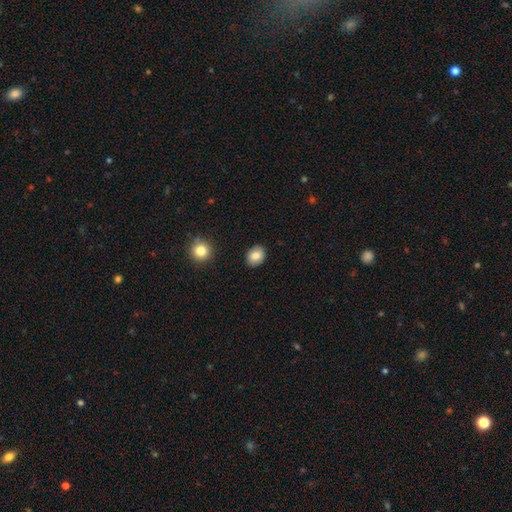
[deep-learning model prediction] smooth 82%, featured or disk 9%, star or artifact 9%. Down the decision tree: how rounded — round (51%); merging — none (89%).